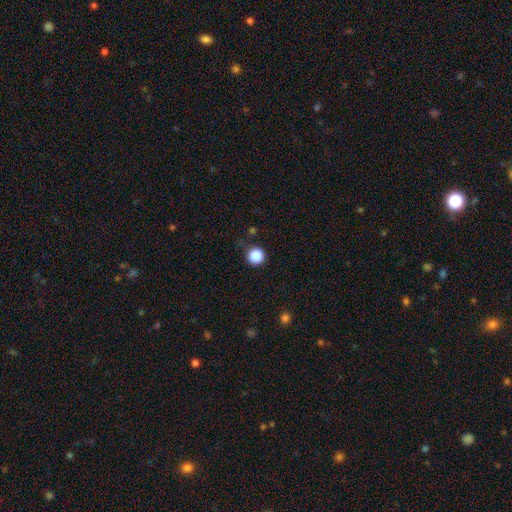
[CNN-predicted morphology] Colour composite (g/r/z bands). It shows a smooth galaxy with no disk features (87%) that is round (96%). Merging: none (87%).